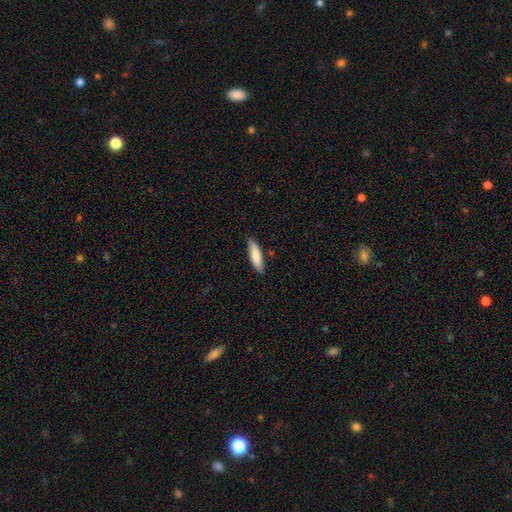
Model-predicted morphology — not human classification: Q: Smooth or featured?
A: smooth (82%); runner-up: featured or disk (12%)
Q: How rounded?
A: cigar-shaped (60%); runner-up: in between (39%)
Q: Merging?
A: none (85%); runner-up: minor disturbance (11%)